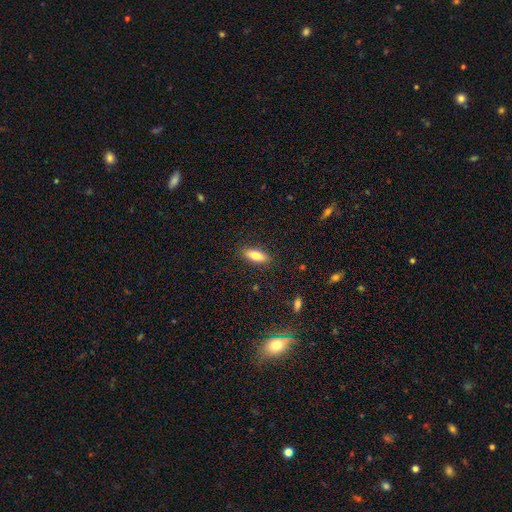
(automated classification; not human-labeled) smooth 82%, featured or disk 11%, star or artifact 7%. Down the decision tree: how rounded — in between (71%); merging — none (87%).